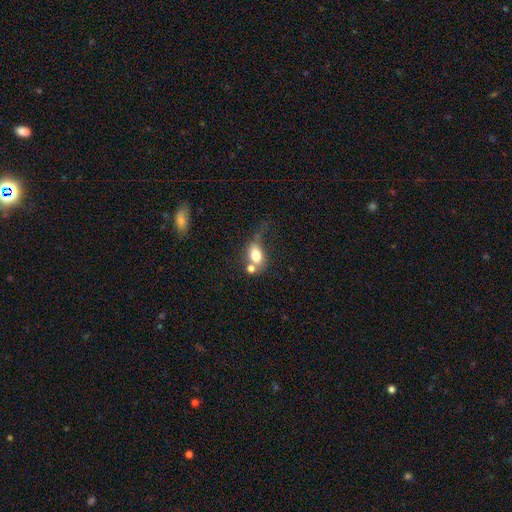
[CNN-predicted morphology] smooth_or_featured: smooth (p=0.73) [alt: featured or disk p=0.18]
how_rounded: in between (p=0.73) [alt: round p=0.24]
merging: merger (p=0.40) [alt: none p=0.28]